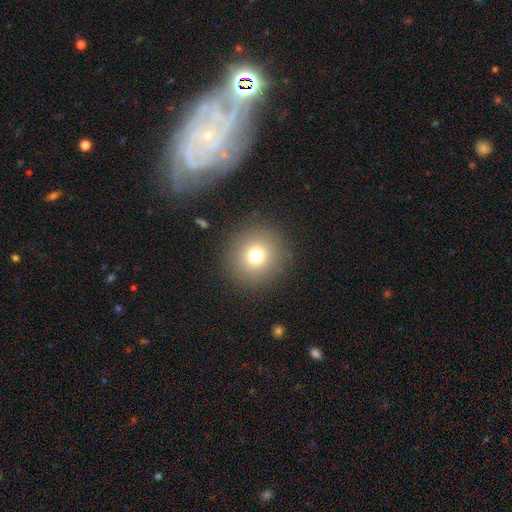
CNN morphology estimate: Smooth or featured? Predicted: smooth (p=0.74). How rounded? Predicted: round (p=0.94). Merging? Predicted: none (p=0.89).